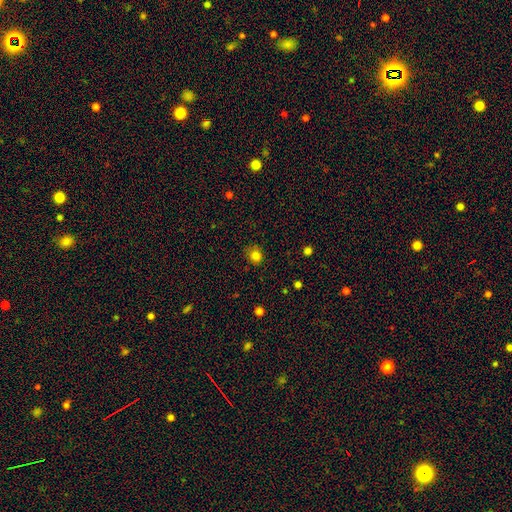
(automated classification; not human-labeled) Smooth or featured? Predicted: smooth (p=0.81). How rounded? Predicted: round (p=0.77). Merging? Predicted: none (p=0.81).